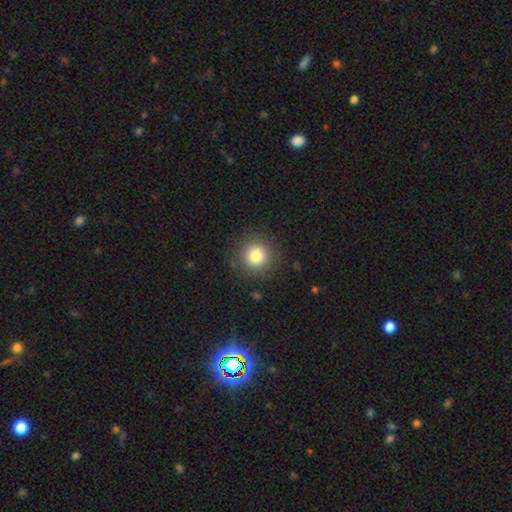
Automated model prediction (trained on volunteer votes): smooth-or-featured: smooth: 80% | star or artifact: 12% | featured or disk: 8%
  how-rounded: round: 94% | in between: 5% | cigar-shaped: 1%
  merging: none: 89% | minor disturbance: 7% | major disturbance: 3% | merger: 1%